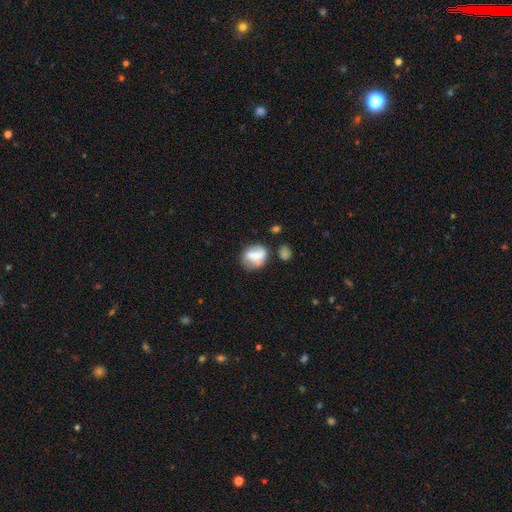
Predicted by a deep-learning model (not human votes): Smooth or featured?
  - smooth: 57% *
  - featured or disk: 34%
  - star or artifact: 8%
How rounded?
  - round: 53% *
  - in between: 45%
  - cigar-shaped: 2%
Merging?
  - none: 52% *
  - minor disturbance: 23%
  - merger: 15%
  - major disturbance: 10%